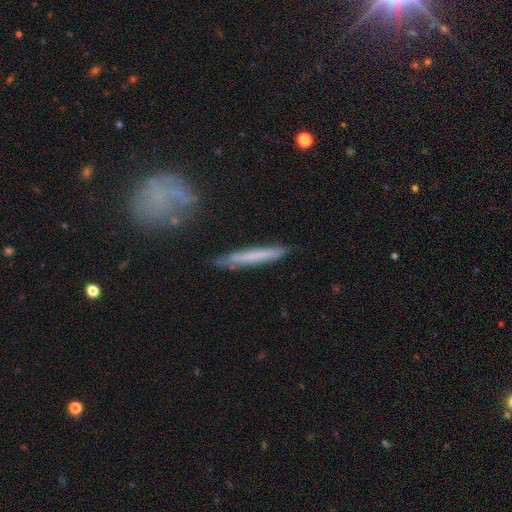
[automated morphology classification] A smooth galaxy with no disk features (57%) that is cigar-shaped (96%). Merging: none (80%).